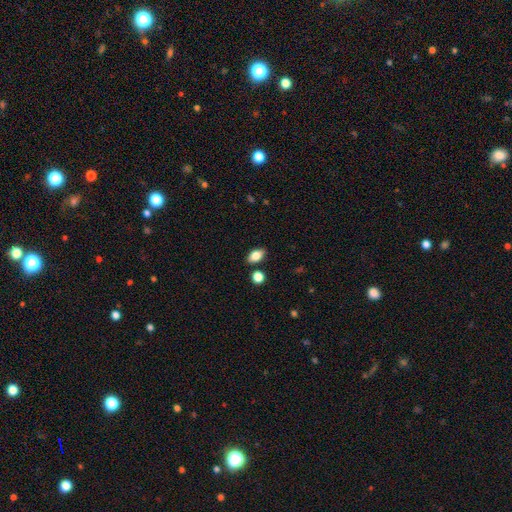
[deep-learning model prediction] Morphology: type=smooth (79%); roundness=in between (86%); merging=none (84%).